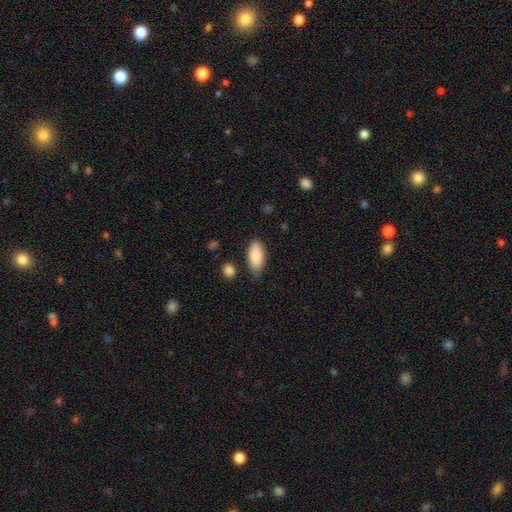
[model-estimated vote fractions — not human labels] Overall: smooth (87%). How rounded: in between (89%). Merging: none (77%).